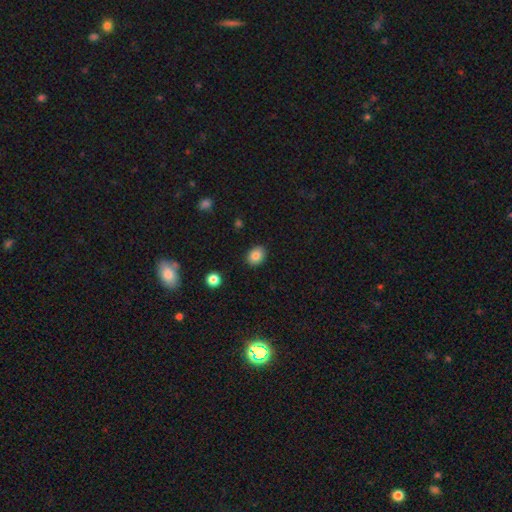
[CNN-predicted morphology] Smooth or featured? smooth (85%)
How rounded? in between (59%)
Merging? none (88%)